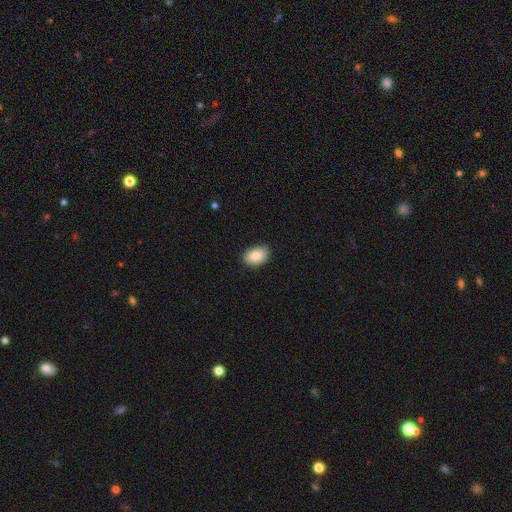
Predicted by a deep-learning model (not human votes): Smooth or featured: smooth — 85% (featured or disk — 8%)
How rounded: in between — 88% (round — 11%)
Merging: none — 88% (minor disturbance — 9%)